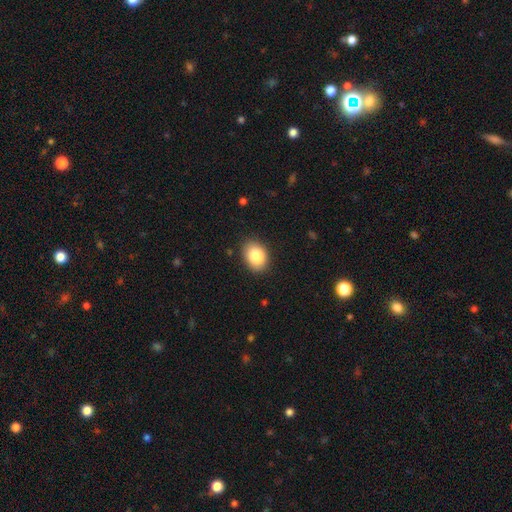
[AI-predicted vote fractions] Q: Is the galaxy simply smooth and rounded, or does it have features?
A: smooth — 84%.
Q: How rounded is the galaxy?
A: in between — 72%.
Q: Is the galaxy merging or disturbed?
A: none — 83%.